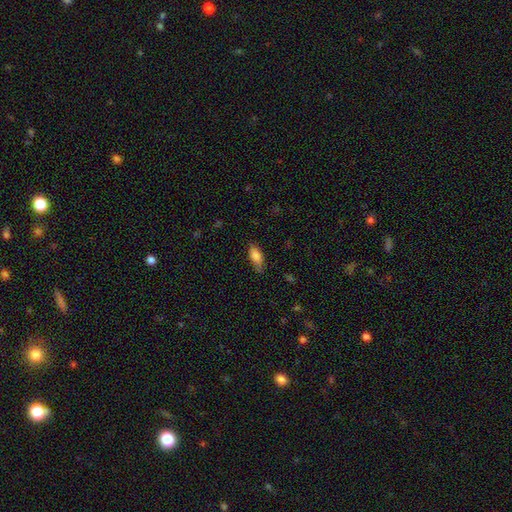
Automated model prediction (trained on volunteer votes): This appears to be a smooth galaxy with no disk features (83%) that is in between round and cigar-shaped (84%). Merging: none (67%).